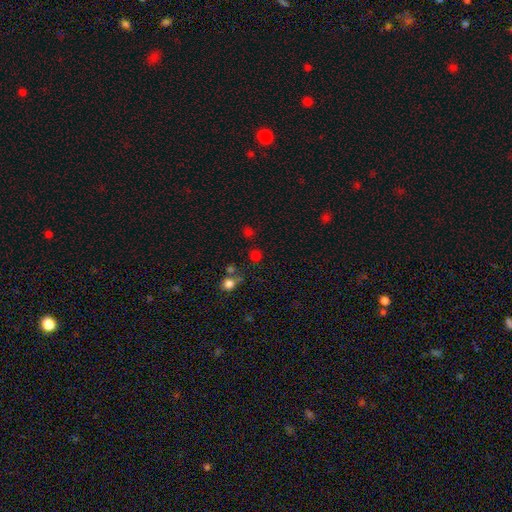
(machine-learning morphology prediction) This appears to be a smooth galaxy with no disk features (68%) that is round (88%). Merging: none (74%).